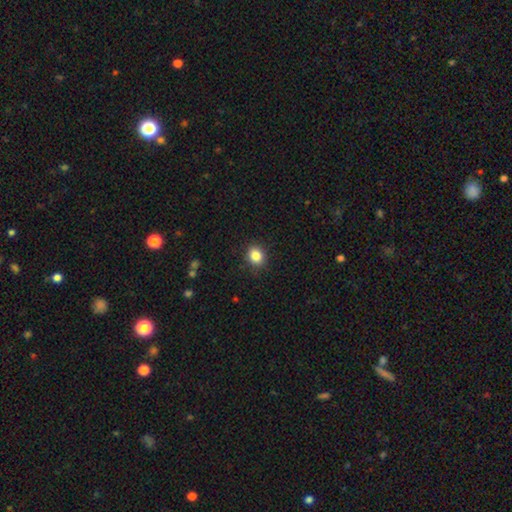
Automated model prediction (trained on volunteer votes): Overall: smooth (85%). How rounded: round (61%; in between 38%). Merging: none (88%).